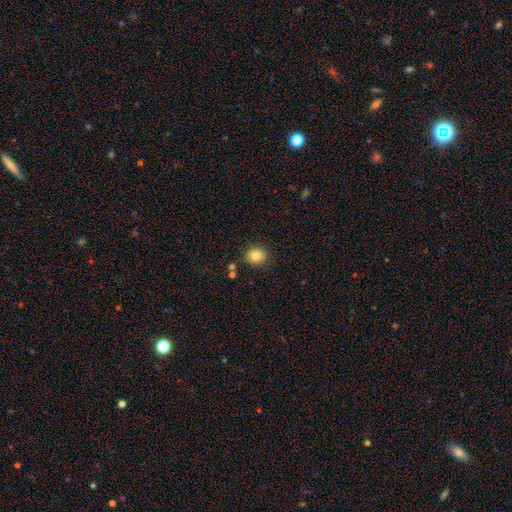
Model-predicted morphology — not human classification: Smooth or featured? Predicted: smooth (p=0.82). How rounded? Predicted: round (p=0.75). Merging? Predicted: none (p=0.85).